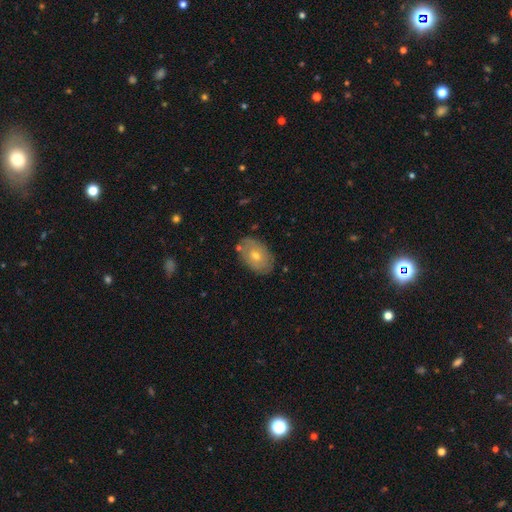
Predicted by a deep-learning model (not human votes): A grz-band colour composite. It shows a smooth galaxy with no disk features (57%) that is in between round and cigar-shaped (85%). Merging: none (80%).